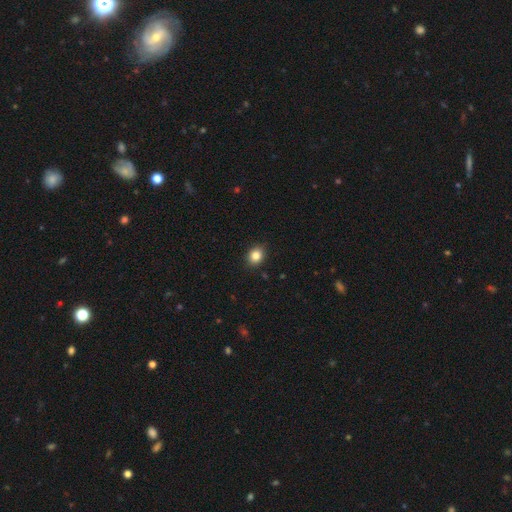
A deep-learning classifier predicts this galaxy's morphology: smooth_or_featured: smooth (p=0.85) [alt: star or artifact p=0.10]
how_rounded: round (p=0.55) [alt: in between p=0.44]
merging: none (p=0.89) [alt: minor disturbance p=0.08]